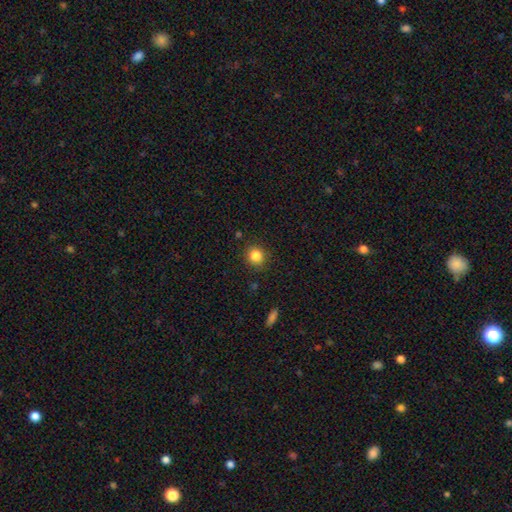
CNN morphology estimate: Overall: smooth (84%). How rounded: round (86%). Merging: none (88%).